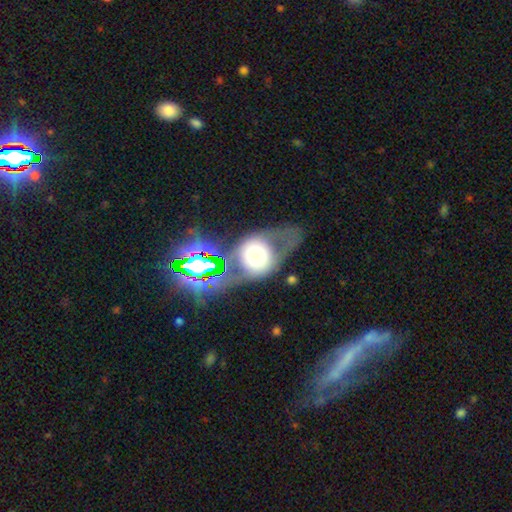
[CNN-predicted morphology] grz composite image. It shows a smooth galaxy with no disk features (50%) that is round (61%). Merging: none (43%).